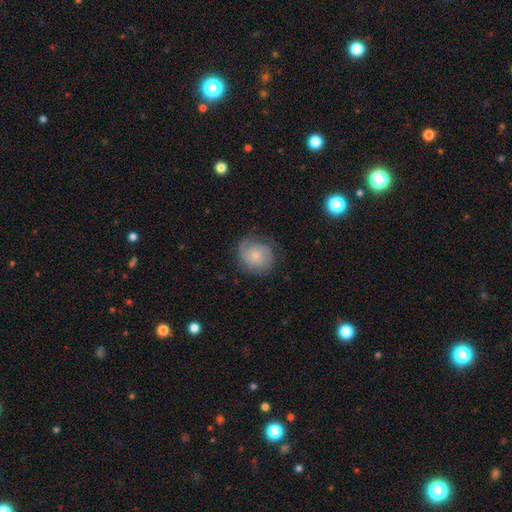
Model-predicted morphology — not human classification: The model was most divided on "smooth or featured": featured or disk: 53%, smooth: 40%, star or artifact: 7%. More confident: edge-on disk — no (98%); spiral arms — yes (88%); bar — no (79%); merging — none (74%); bulge size — small (59%).